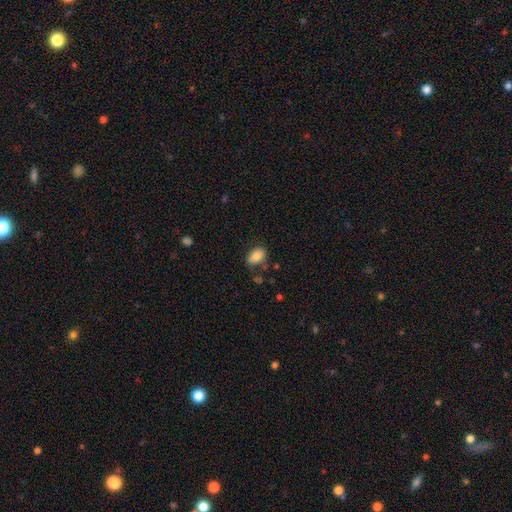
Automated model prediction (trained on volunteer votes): Overall: smooth (82%). How rounded: in between (88%). Merging: none (72%).